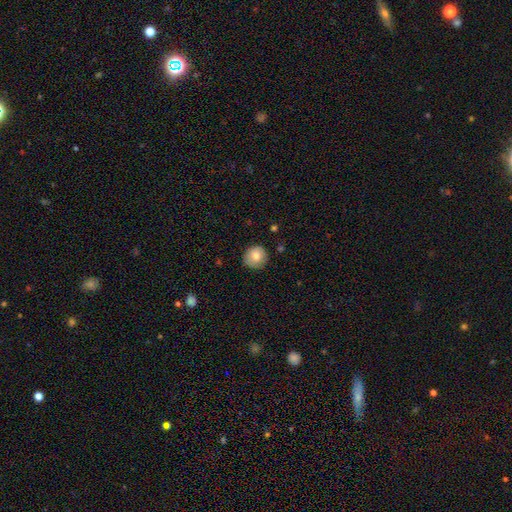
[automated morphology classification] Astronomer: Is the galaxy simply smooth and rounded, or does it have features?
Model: smooth — 80%.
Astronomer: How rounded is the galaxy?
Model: round — 92%.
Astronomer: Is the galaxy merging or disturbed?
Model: none — 84%.